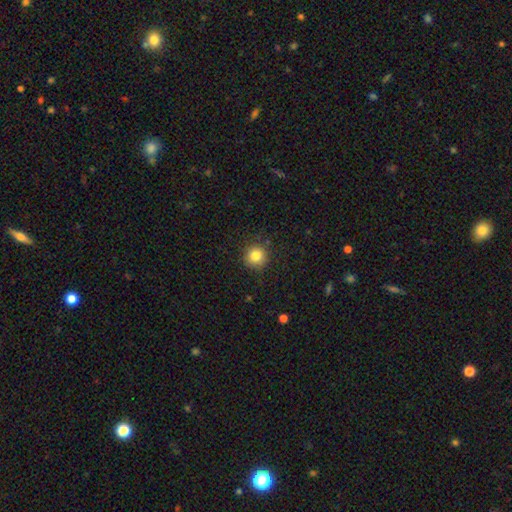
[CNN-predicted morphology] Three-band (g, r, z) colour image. It shows a smooth galaxy with no disk features (83%) that is round (93%). Merging: none (86%).